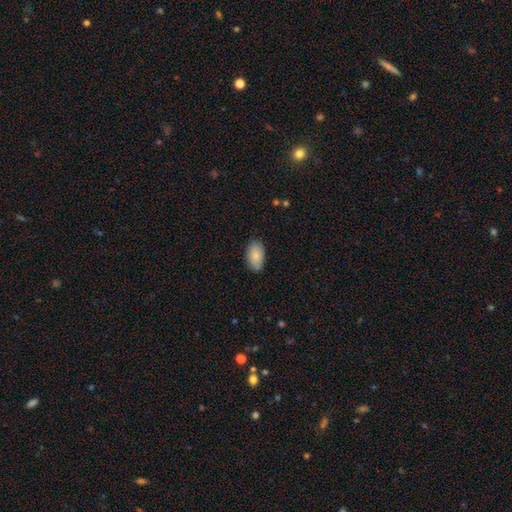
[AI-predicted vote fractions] Smooth or featured? Predicted: smooth (p=0.85). How rounded? Predicted: in between (p=0.94). Merging? Predicted: none (p=0.83).